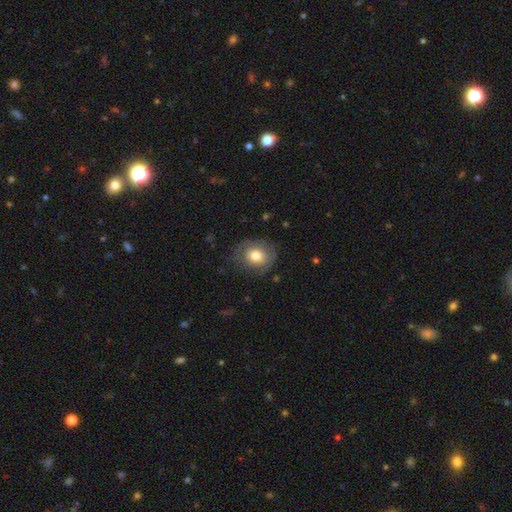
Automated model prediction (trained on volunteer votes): smooth 66%, featured or disk 26%, star or artifact 8%. Down the decision tree: how rounded — round (67%); merging — none (71%).